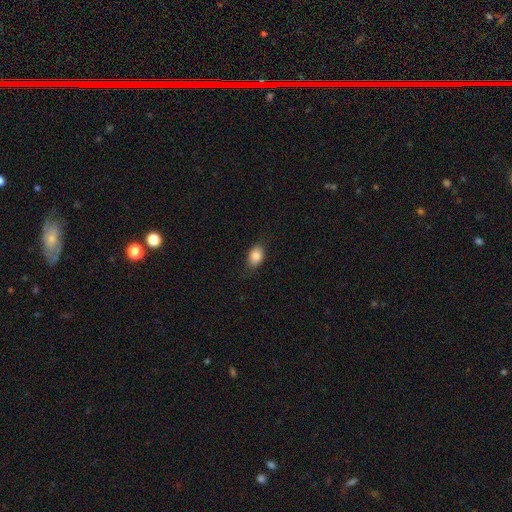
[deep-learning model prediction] smooth-or-featured: smooth: 85% | star or artifact: 8% | featured or disk: 7%
  how-rounded: in between: 79% | round: 20% | cigar-shaped: 2%
  merging: none: 79% | minor disturbance: 17% | major disturbance: 4% | merger: 1%